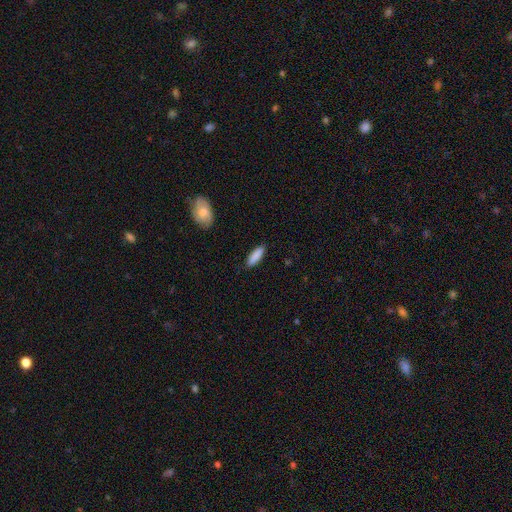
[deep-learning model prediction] Smooth or featured? smooth (88%)
How rounded? cigar-shaped (51%)
Merging? none (87%)